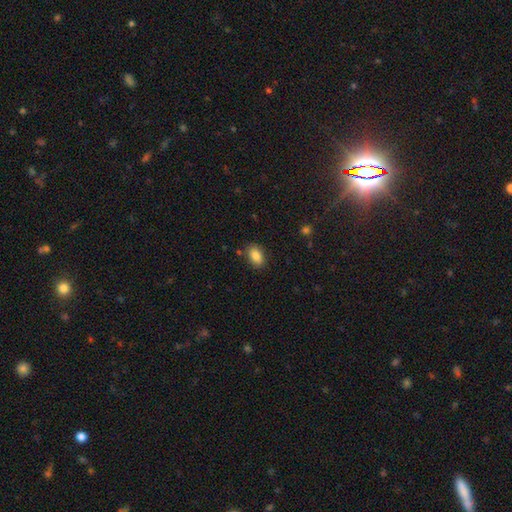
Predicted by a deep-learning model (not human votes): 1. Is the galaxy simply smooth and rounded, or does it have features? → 86% smooth, 8% star or artifact, 6% featured or disk.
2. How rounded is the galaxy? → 88% in between, 10% round, 2% cigar-shaped.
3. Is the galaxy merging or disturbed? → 84% none, 11% minor disturbance, 3% merger, 3% major disturbance.